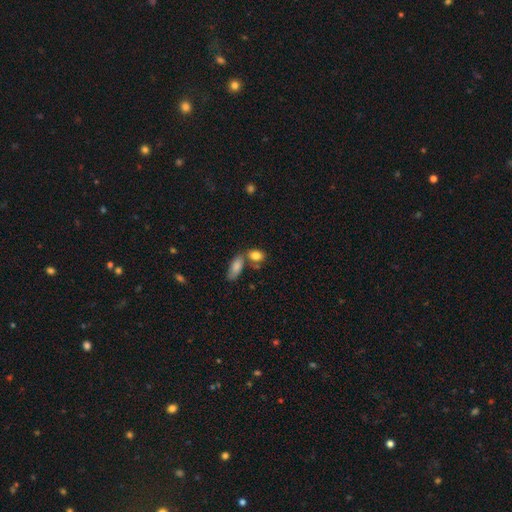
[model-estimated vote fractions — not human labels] Morphology: type=smooth (83%); roundness=in between (74%); merging=none (50%).